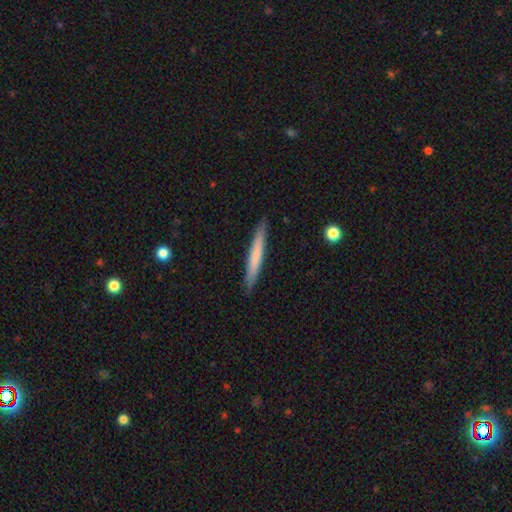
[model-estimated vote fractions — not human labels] smooth-or-featured: smooth: 65% | featured or disk: 30% | star or artifact: 5%
  how-rounded: cigar-shaped: 96% | in between: 3% | round: 1%
  merging: none: 90% | minor disturbance: 7% | major disturbance: 1% | merger: 1%